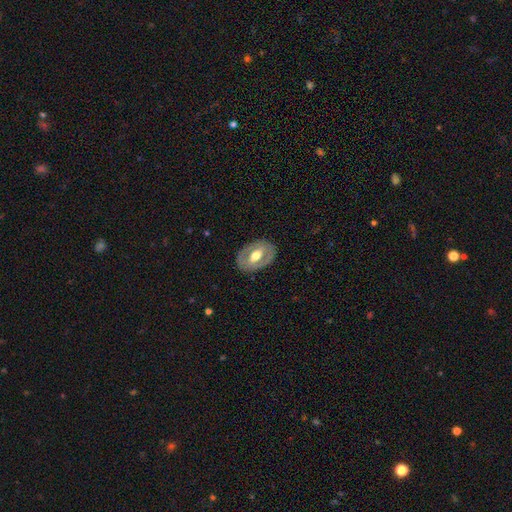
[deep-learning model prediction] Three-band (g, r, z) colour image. It shows a featured or disk galaxy (58%) with no bar (44%), no spiral arms (78%) and a moderate central bulge (67%). Merging: none (83%).